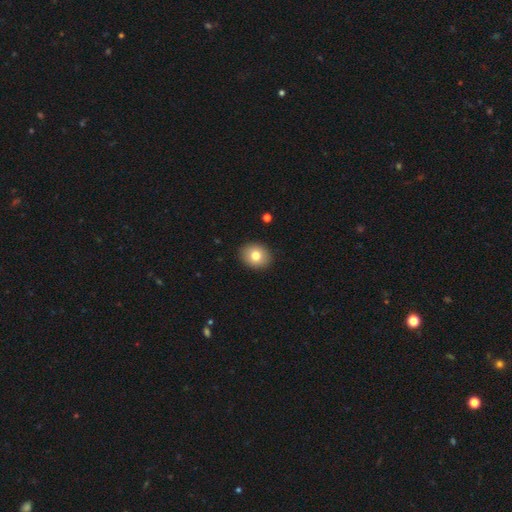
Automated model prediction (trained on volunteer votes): smooth 79%, featured or disk 12%, star or artifact 9%. Down the decision tree: how rounded — round (60%); merging — none (91%).